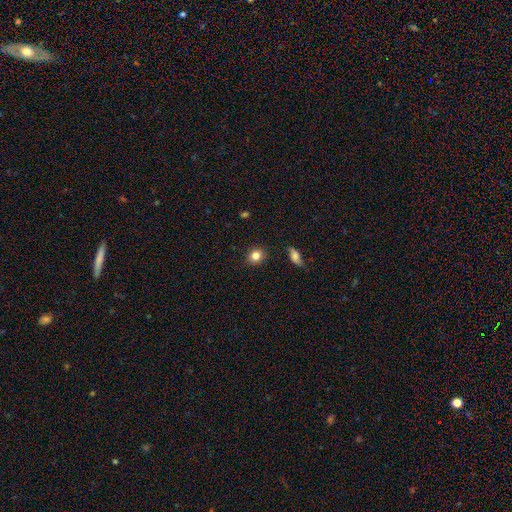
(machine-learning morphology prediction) A smooth galaxy with no disk features (83%) that is round (75%).

Vote fractions:
- Smooth or featured? smooth: 83% / star or artifact: 10% / featured or disk: 7%
- How rounded? round: 75% / in between: 24% / cigar-shaped: 1%
- Merging? none: 88% / minor disturbance: 8% / major disturbance: 2% / merger: 2%